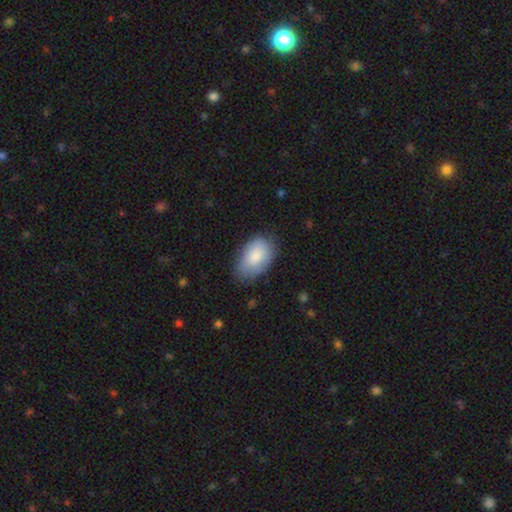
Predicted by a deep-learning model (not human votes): This appears to be a smooth galaxy with no disk features (79%) that is in between round and cigar-shaped (92%). Merging: none (69%).